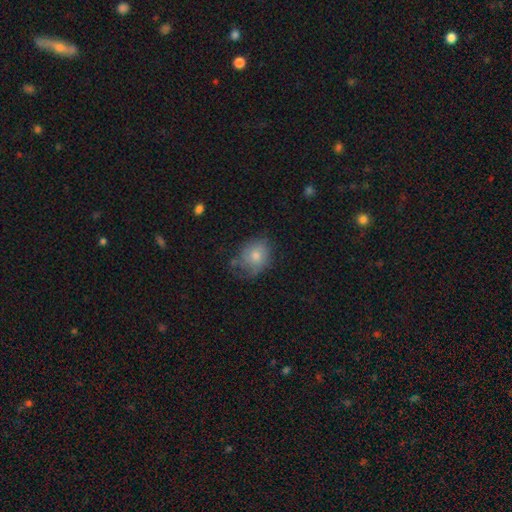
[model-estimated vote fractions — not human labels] smooth-or-featured: smooth: 72% | featured or disk: 19% | star or artifact: 8%
  how-rounded: round: 55% | in between: 44% | cigar-shaped: 1%
  merging: none: 48% | minor disturbance: 32% | major disturbance: 17% | merger: 3%